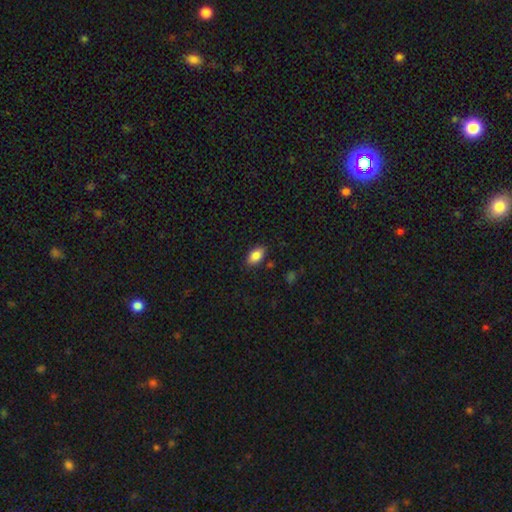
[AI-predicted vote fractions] Smooth or featured?
  - smooth: 86% *
  - star or artifact: 8%
  - featured or disk: 6%
How rounded?
  - in between: 91% *
  - round: 6%
  - cigar-shaped: 3%
Merging?
  - none: 85% *
  - minor disturbance: 11%
  - major disturbance: 2%
  - merger: 2%